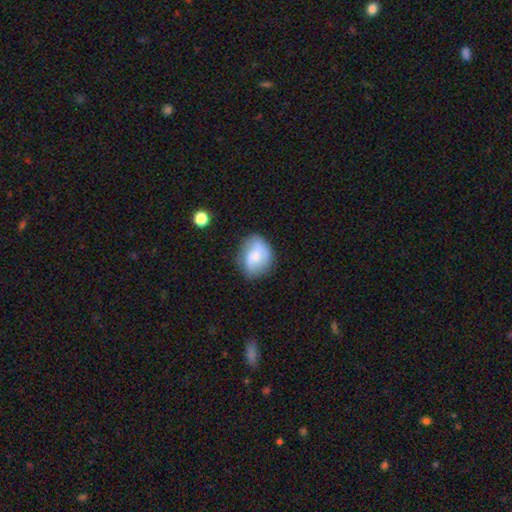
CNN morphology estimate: Smooth or featured? smooth (55%)
How rounded? round (55%)
Merging? none (64%)